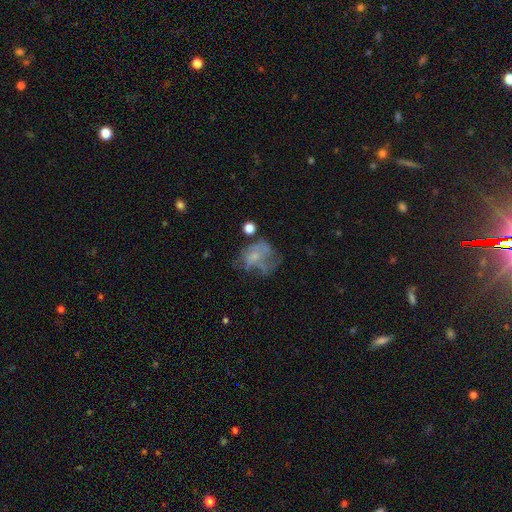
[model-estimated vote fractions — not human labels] The model was most divided on "merging": major disturbance: 38%, none: 33%, minor disturbance: 21%, merger: 8%. Remaining: smooth or featured — featured or disk (48%).